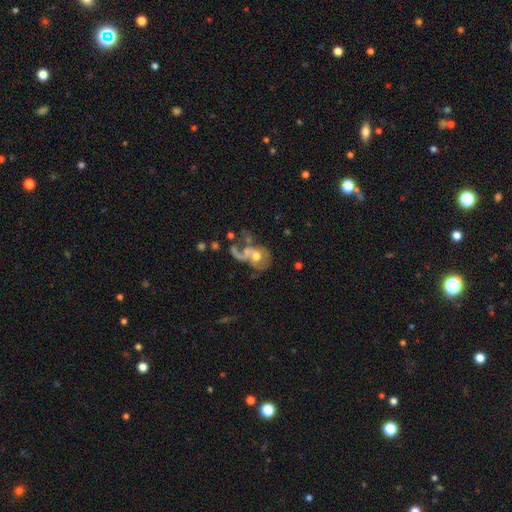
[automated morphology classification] type=featured or disk (60%); edge-on=no (96%); bar=no (77%); spiral arms=yes (54%); bulge=moderate (62%); merging=major disturbance (37%).